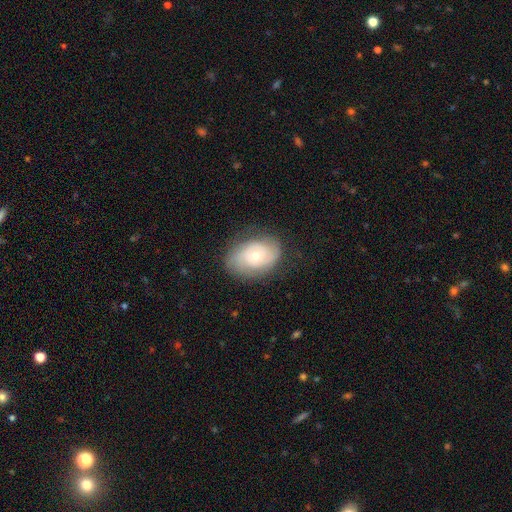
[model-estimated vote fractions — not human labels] Morphology: type=featured or disk (68%); edge-on=no (96%); bar=no (75%); spiral arms=yes (89%); winding=tight (58%); arm count=2 (48%); bulge=moderate (53%); merging=none (77%).